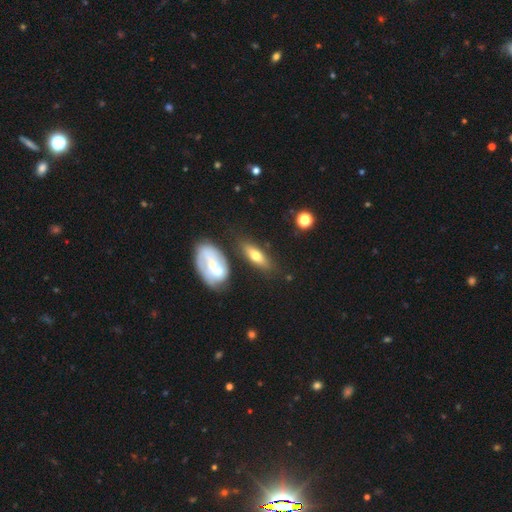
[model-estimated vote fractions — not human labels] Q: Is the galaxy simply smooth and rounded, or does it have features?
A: smooth — 60%.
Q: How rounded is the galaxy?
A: in between — 62%.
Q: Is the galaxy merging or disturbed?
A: none — 69%.